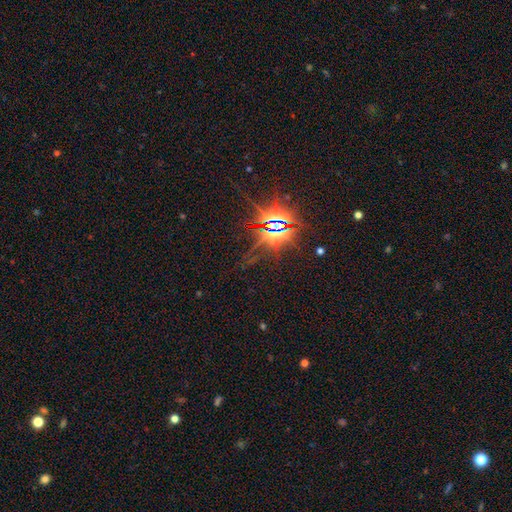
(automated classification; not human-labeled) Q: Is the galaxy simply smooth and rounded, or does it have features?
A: star or artifact — 86%.